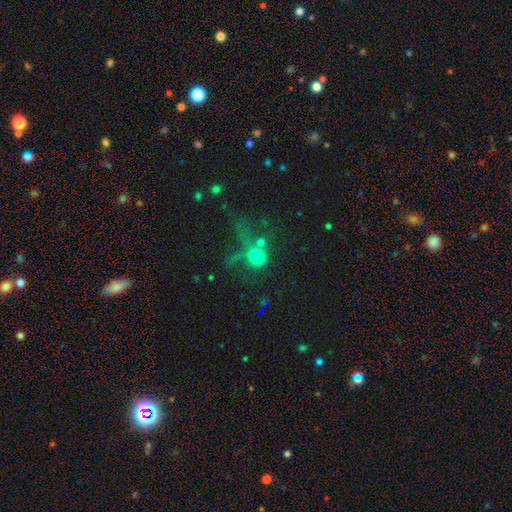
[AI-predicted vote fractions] A smooth galaxy with no disk features (60%) that is round (72%). Merging: merger (34%).